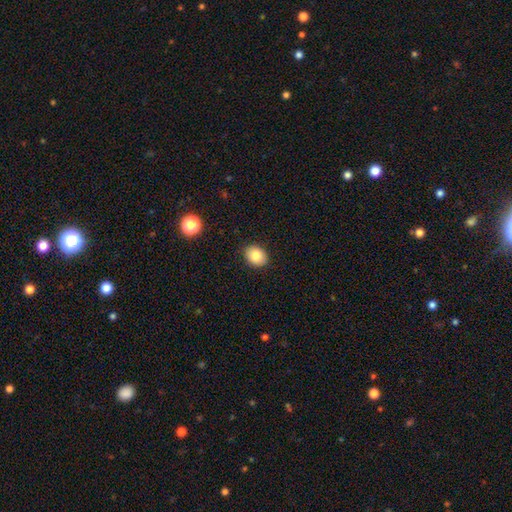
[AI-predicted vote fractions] The model was most divided on "how rounded": in between: 55%, round: 44%, cigar-shaped: 1%. More confident: merging — none (89%); smooth or featured — smooth (83%).